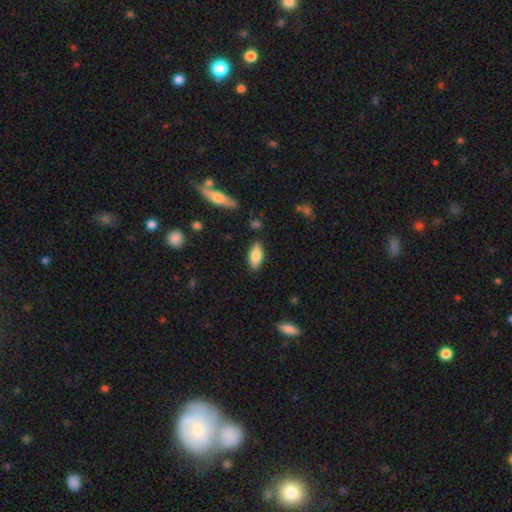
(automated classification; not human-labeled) smooth 76%, featured or disk 17%, star or artifact 7%. Down the decision tree: how rounded — in between (80%); merging — none (85%).